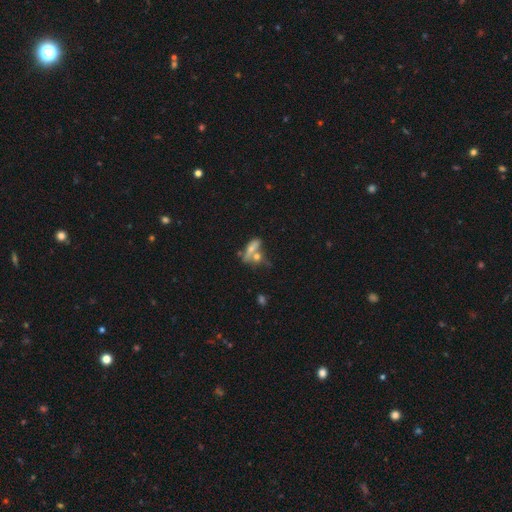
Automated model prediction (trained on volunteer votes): smooth-or-featured: smooth: 48% | featured or disk: 37% | star or artifact: 15%
  merging: merger: 44% | none: 37% | minor disturbance: 11% | major disturbance: 8%